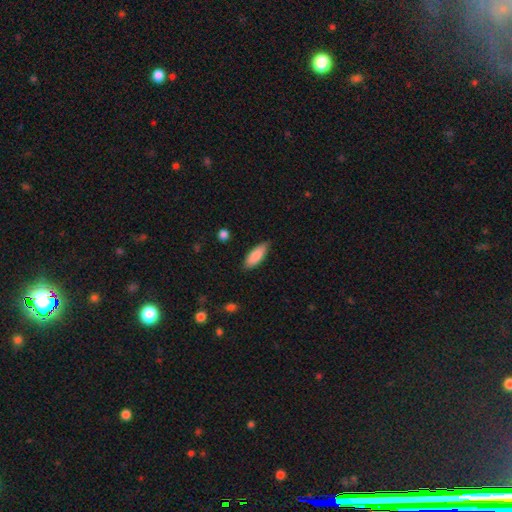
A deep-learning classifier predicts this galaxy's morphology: This is clearly a smooth galaxy (87%). How rounded: likely in between (72%). Merging: clearly none (82%).